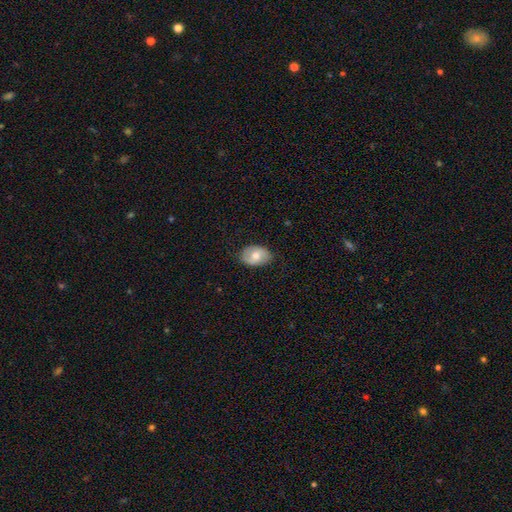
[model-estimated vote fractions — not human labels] Overall: smooth (60%; featured or disk 33%). How rounded: in between (83%). Merging: none (80%).